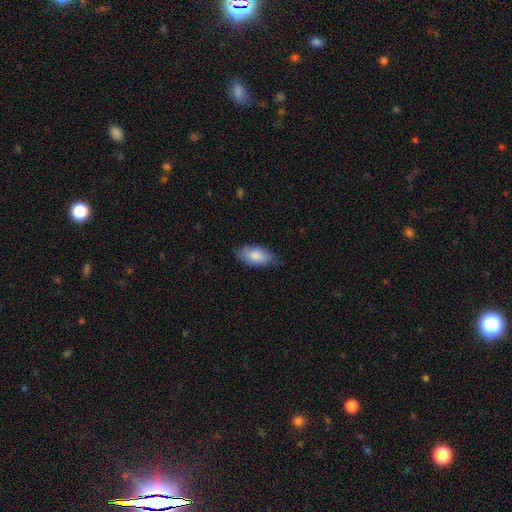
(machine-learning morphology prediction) type=smooth (82%); roundness=in between (91%); merging=none (70%).